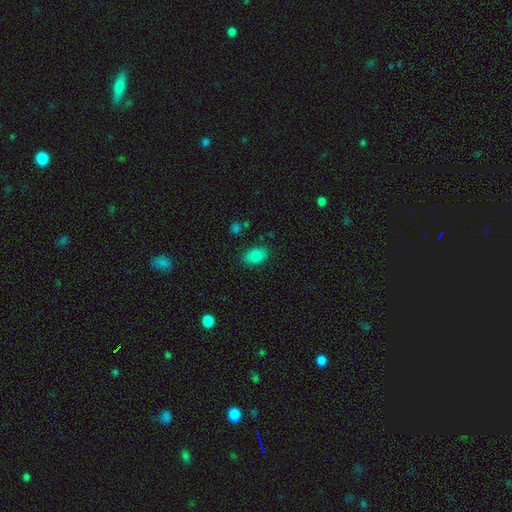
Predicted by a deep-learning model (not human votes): Overall: smooth (84%). How rounded: in between (88%). Merging: none (84%).